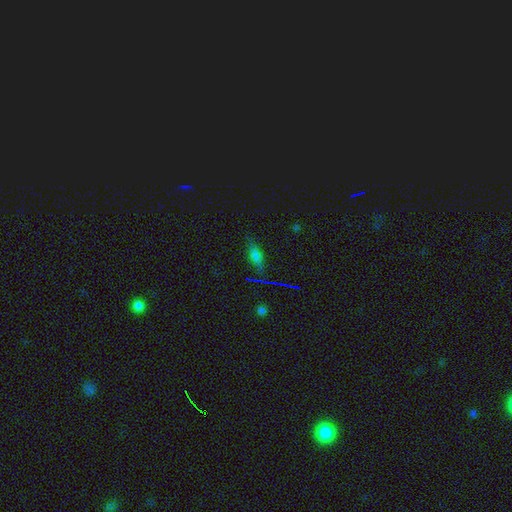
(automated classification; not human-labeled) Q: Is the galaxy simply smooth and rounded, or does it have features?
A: smooth — 47%.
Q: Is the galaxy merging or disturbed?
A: none — 76%.